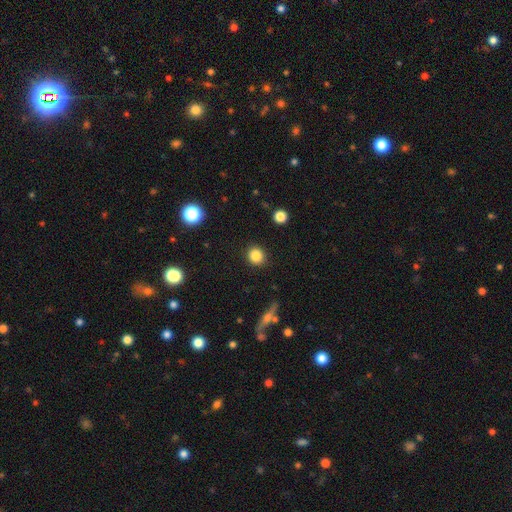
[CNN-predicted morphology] smooth-or-featured: smooth: 85% | star or artifact: 10% | featured or disk: 5%
  how-rounded: round: 85% | in between: 13% | cigar-shaped: 1%
  merging: none: 90% | minor disturbance: 7% | major disturbance: 2% | merger: 1%